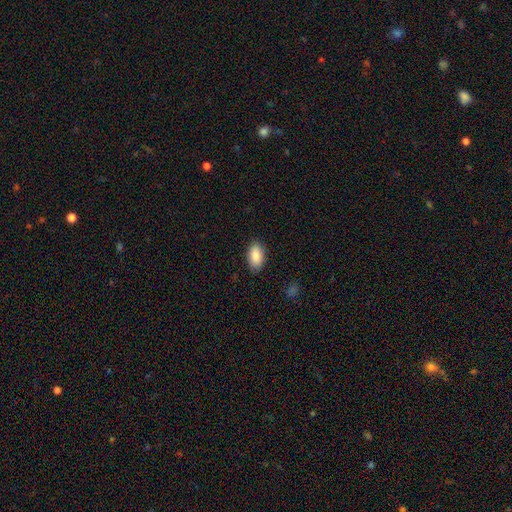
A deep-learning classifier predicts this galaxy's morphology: Smooth or featured? Predicted: smooth (p=0.89). How rounded? Predicted: in between (p=0.94). Merging? Predicted: none (p=0.86).